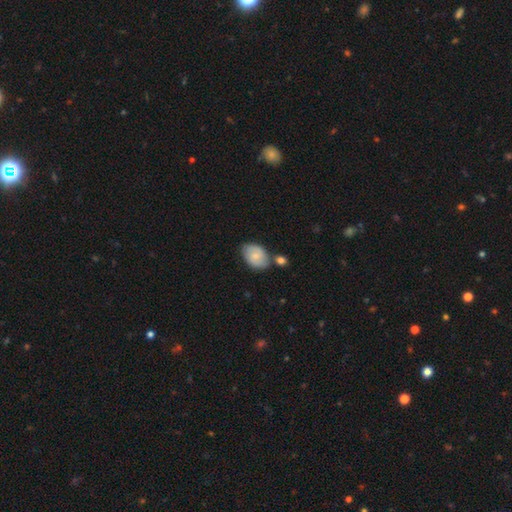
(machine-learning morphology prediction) Smooth or featured: smooth — 69% (featured or disk — 24%)
How rounded: in between — 84% (round — 15%)
Merging: none — 61% (minor disturbance — 20%)